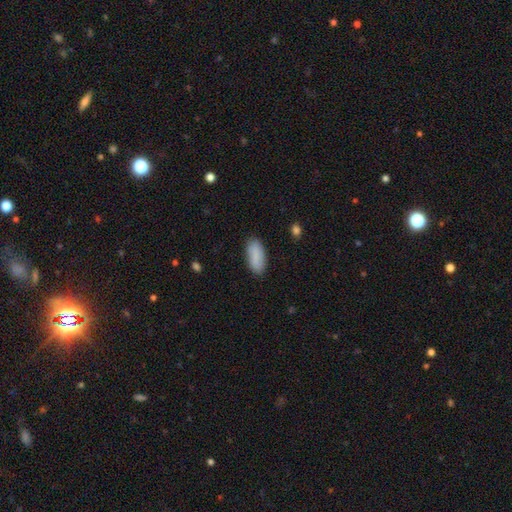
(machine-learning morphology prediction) Smooth or featured: smooth — 86% (featured or disk — 8%)
How rounded: in between — 87% (cigar-shaped — 11%)
Merging: none — 86% (minor disturbance — 10%)